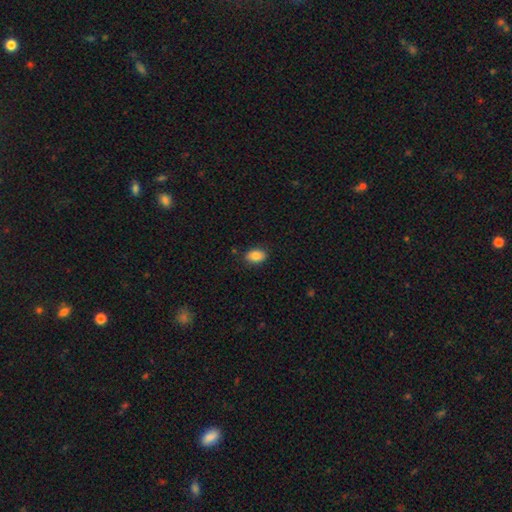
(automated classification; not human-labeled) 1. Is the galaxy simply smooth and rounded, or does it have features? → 85% smooth, 8% star or artifact, 6% featured or disk.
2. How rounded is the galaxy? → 86% in between, 13% round, 1% cigar-shaped.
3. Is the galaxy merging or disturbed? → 87% none, 10% minor disturbance, 2% major disturbance, 1% merger.